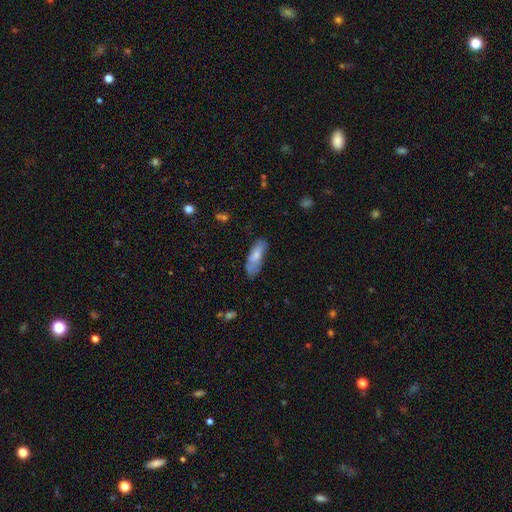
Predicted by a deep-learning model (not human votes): smooth-or-featured: smooth: 70% | featured or disk: 23% | star or artifact: 7%
  how-rounded: in between: 62% | cigar-shaped: 36% | round: 2%
  merging: none: 57% | minor disturbance: 29% | major disturbance: 11% | merger: 3%